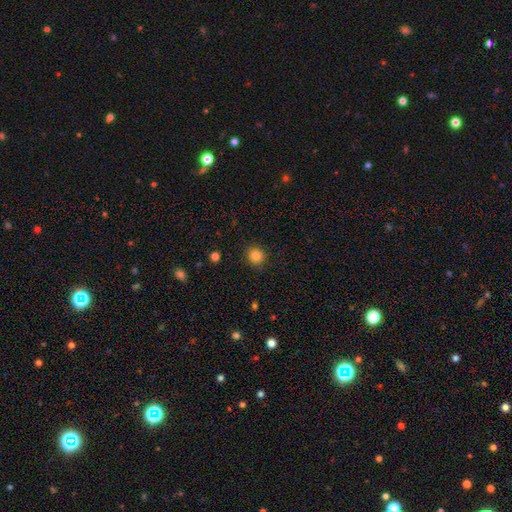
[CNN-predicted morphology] type=smooth (84%); roundness=round (92%); merging=none (89%).